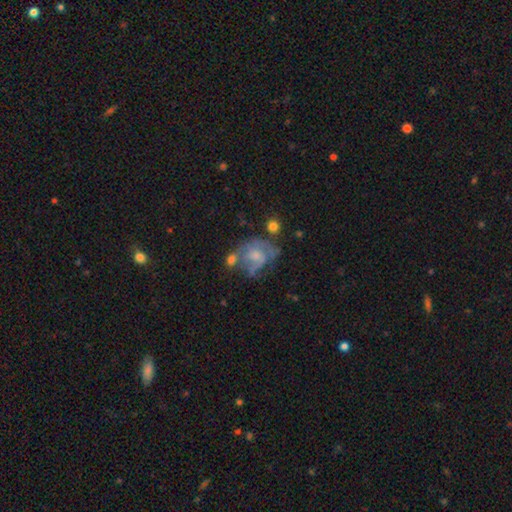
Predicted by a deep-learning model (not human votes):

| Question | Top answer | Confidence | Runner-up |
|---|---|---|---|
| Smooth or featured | featured or disk | 59% | smooth (32%) |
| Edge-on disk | no | 98% | yes (2%) |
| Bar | no | 73% | weak (23%) |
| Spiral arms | yes | 61% | no (39%) |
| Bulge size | moderate | 38% | small (32%) |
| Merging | none | 33% | major disturbance (28%) |